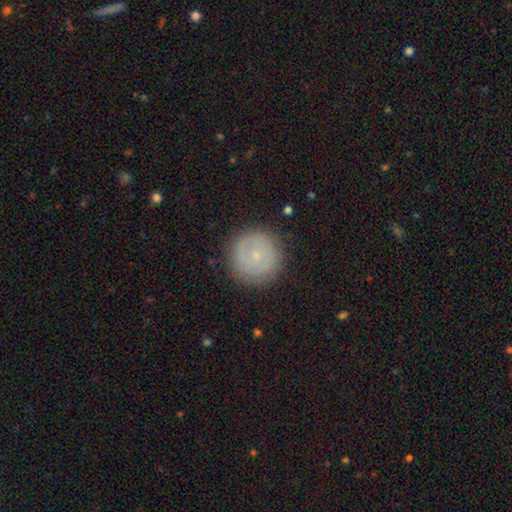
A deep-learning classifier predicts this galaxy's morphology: type=smooth (51%); roundness=round (96%); merging=none (88%).